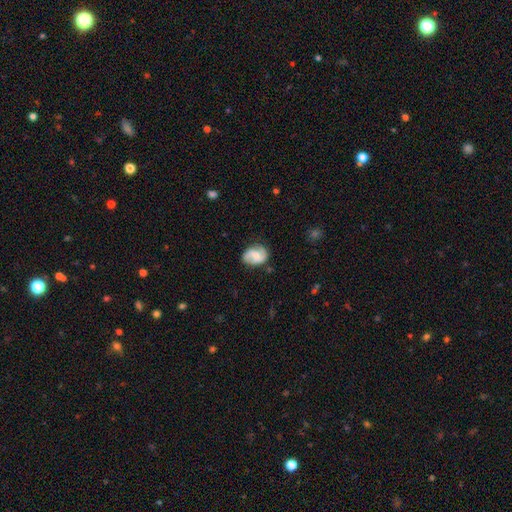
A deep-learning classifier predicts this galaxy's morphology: A featured or disk galaxy (64%) with no bar (50%), 2 (85%) medium (45%) spiral arms (92%) and a moderate central bulge (44%).

Vote fractions:
- Smooth or featured? featured or disk: 64% / smooth: 30% / star or artifact: 7%
- Edge-on disk? no: 98% / yes: 2%
- Bar? no: 50% / weak: 41% / strong: 9%
- Spiral arms? yes: 92% / no: 8%
- Spiral winding? medium: 45% / loose: 30% / tight: 25%
- Spiral arm count? 2: 85% / can't tell: 7% / 1: 4% / 3: 2% / 4: 1% / more than 4: 1%
- Bulge size? moderate: 44% / small: 40% / none: 11% / large: 4% / dominant: 1%
- Merging? none: 69% / minor disturbance: 23% / major disturbance: 6% / merger: 2%